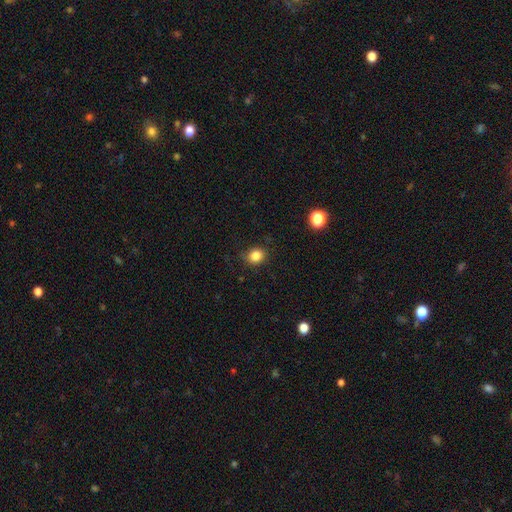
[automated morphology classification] type=smooth (84%); roundness=round (70%); merging=none (81%).